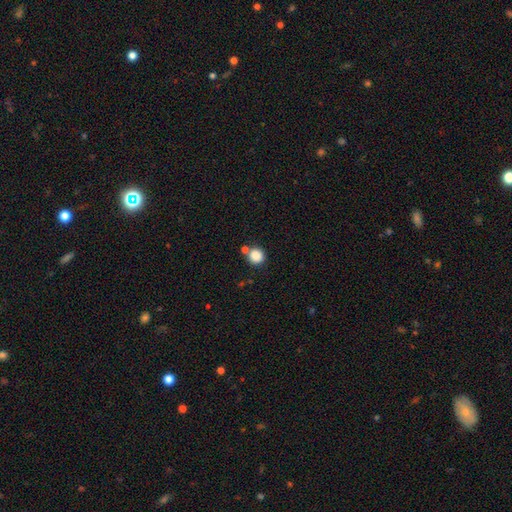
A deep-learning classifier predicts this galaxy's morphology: This appears to be a smooth galaxy with no disk features (86%) that is round (91%). Merging: none (71%).